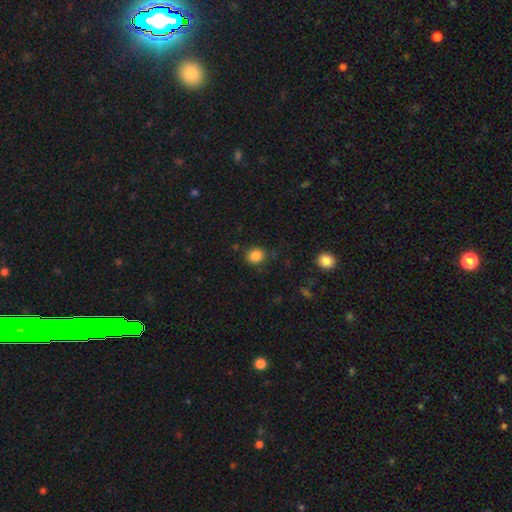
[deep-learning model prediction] Morphology: type=smooth (85%); roundness=round (67%); merging=none (80%).